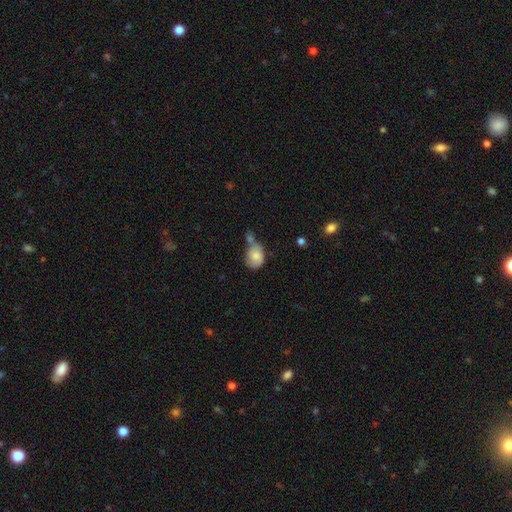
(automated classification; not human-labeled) Q: Smooth or featured?
A: smooth (75%); runner-up: featured or disk (17%)
Q: How rounded?
A: in between (53%); runner-up: round (46%)
Q: Merging?
A: merger (33%); tied with: none (33%)